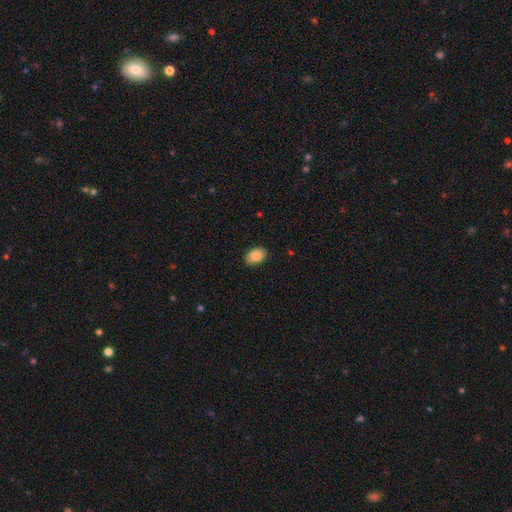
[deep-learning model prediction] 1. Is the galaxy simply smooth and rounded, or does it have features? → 86% smooth, 7% star or artifact, 7% featured or disk.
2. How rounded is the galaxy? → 84% in between, 15% round, 1% cigar-shaped.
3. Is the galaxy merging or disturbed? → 89% none, 9% minor disturbance, 2% major disturbance, 1% merger.